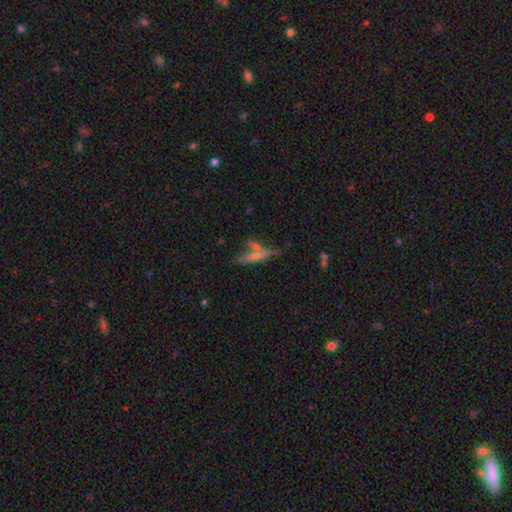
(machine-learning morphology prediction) Smooth or featured: featured or disk — 46% (smooth — 41%)
Merging: none — 57% (merger — 21%)